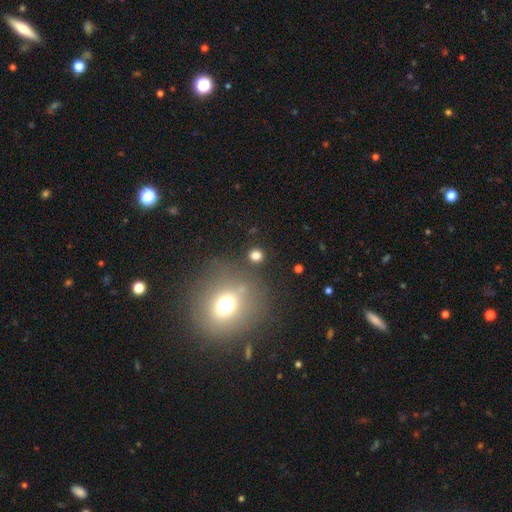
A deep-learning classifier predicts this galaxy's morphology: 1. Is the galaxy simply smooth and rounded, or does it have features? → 75% smooth, 19% star or artifact, 7% featured or disk.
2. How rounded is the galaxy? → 87% round, 11% in between, 1% cigar-shaped.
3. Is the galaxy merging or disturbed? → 85% none, 7% minor disturbance, 5% merger, 4% major disturbance.